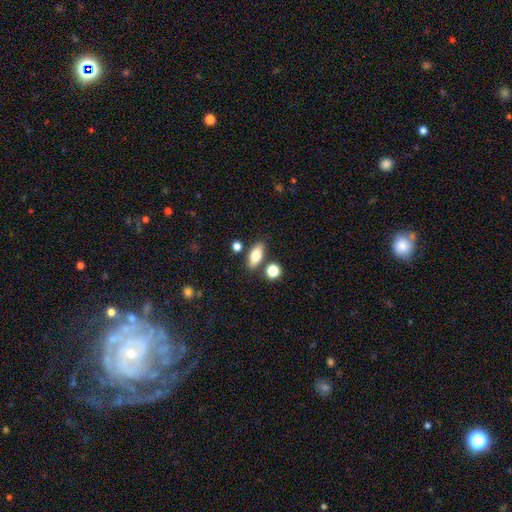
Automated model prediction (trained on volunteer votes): A smooth galaxy with no disk features (75%) that is in between round and cigar-shaped (79%). Merging: none (80%).